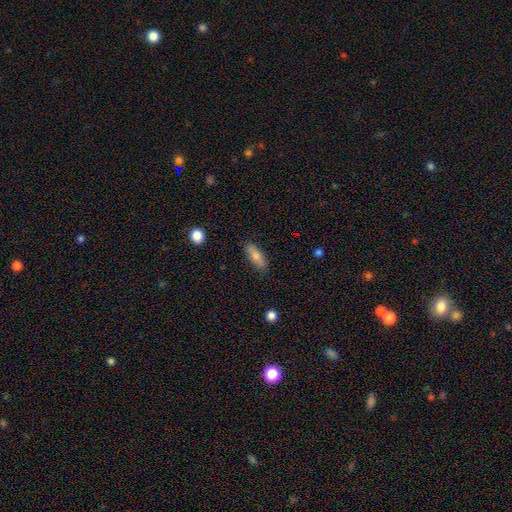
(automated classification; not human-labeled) The model was most divided on "how rounded": in between: 64%, cigar-shaped: 33%, round: 3%. More confident: merging — none (86%); smooth or featured — smooth (73%).